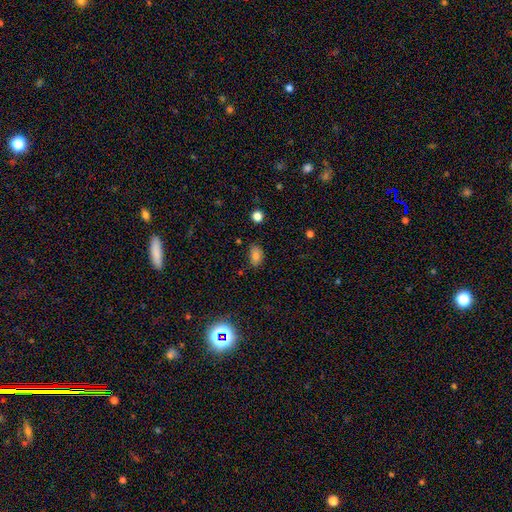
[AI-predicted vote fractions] Smooth or featured: smooth — 80% (star or artifact — 13%)
How rounded: in between — 87% (round — 11%)
Merging: none — 76% (minor disturbance — 18%)